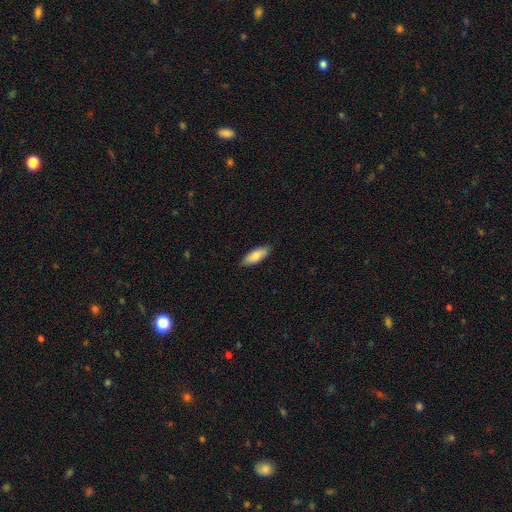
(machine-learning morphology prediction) smooth_or_featured: smooth (p=0.81) [alt: featured or disk p=0.13]
how_rounded: in between (p=0.72) [alt: cigar-shaped p=0.26]
merging: none (p=0.87) [alt: minor disturbance p=0.11]